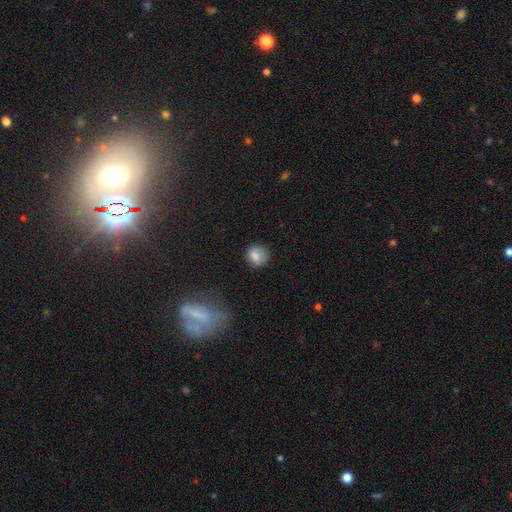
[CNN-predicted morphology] smooth 80%, featured or disk 10%, star or artifact 10%. Down the decision tree: how rounded — round (84%); merging — none (82%).